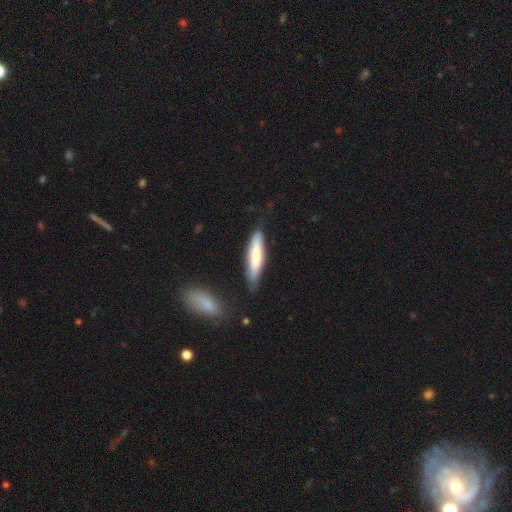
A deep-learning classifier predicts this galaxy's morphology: Smooth or featured? Predicted: smooth (p=0.73). How rounded? Predicted: cigar-shaped (p=0.79). Merging? Predicted: none (p=0.74).